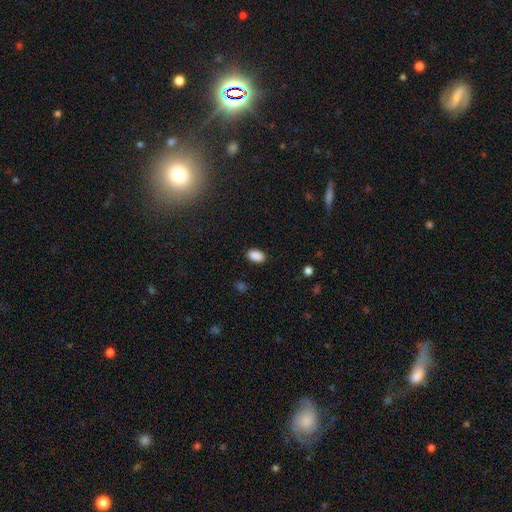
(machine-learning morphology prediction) This appears to be a smooth galaxy with no disk features (89%) that is in between round and cigar-shaped (92%). Merging: none (87%).